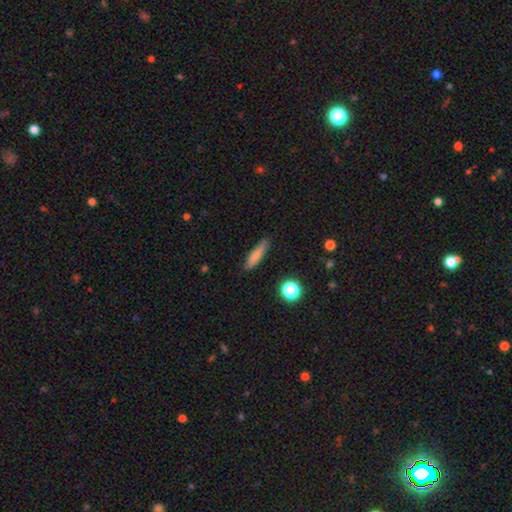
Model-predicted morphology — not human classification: Smooth or featured? smooth (77%)
How rounded? cigar-shaped (79%)
Merging? none (82%)